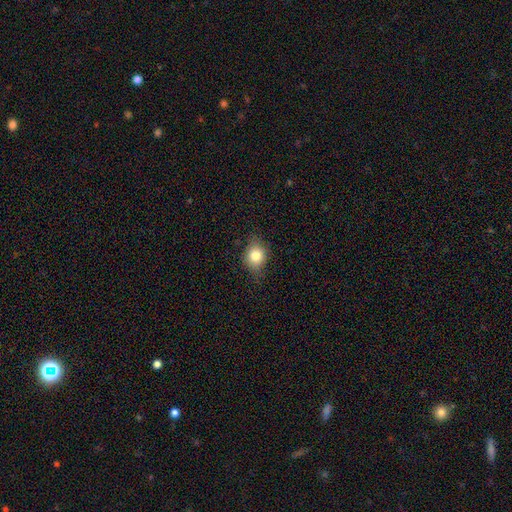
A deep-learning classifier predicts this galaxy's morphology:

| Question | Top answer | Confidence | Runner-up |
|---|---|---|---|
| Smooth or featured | smooth | 79% | featured or disk (11%) |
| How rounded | round | 52% | in between (47%) |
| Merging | none | 72% | minor disturbance (22%) |